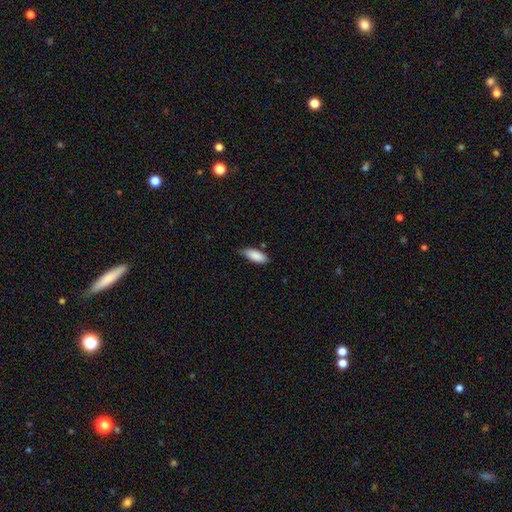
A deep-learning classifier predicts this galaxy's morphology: smooth_or_featured: smooth (p=0.88) [alt: star or artifact p=0.06]
how_rounded: in between (p=0.77) [alt: cigar-shaped p=0.21]
merging: none (p=0.61) [alt: minor disturbance p=0.32]